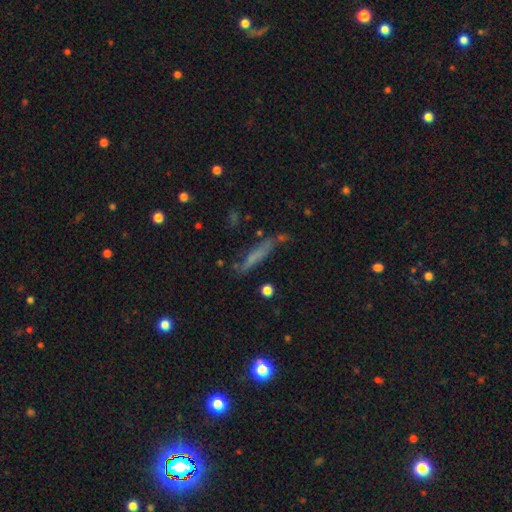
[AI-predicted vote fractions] smooth 56%, featured or disk 33%, star or artifact 11%. Down the decision tree: how rounded — cigar-shaped (90%); merging — none (66%).